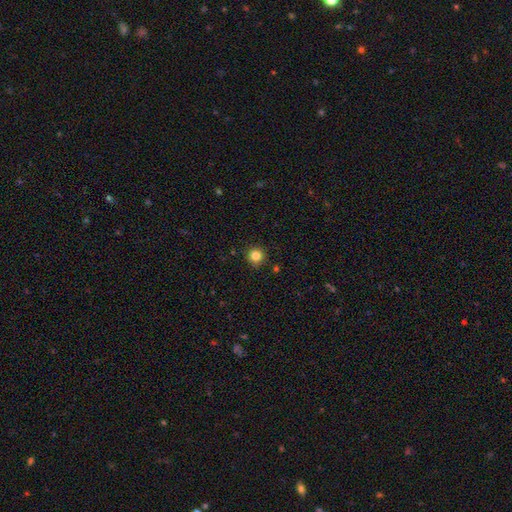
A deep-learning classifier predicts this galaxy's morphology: The model was most divided on "smooth or featured": smooth: 84%, star or artifact: 12%, featured or disk: 5%. More confident: how rounded — round (94%); merging — none (91%).